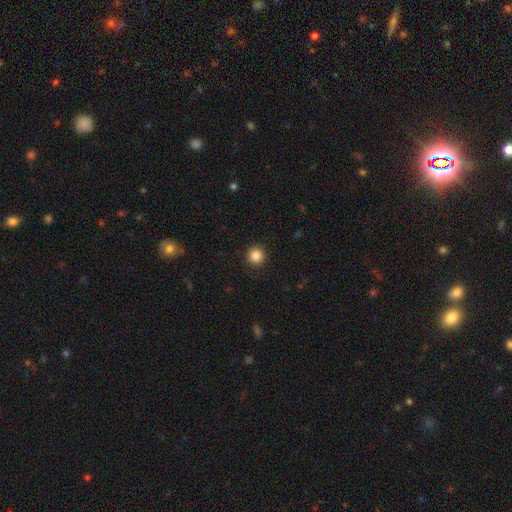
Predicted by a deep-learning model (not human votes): A smooth galaxy with no disk features (86%) that is round (95%). Merging: none (92%).